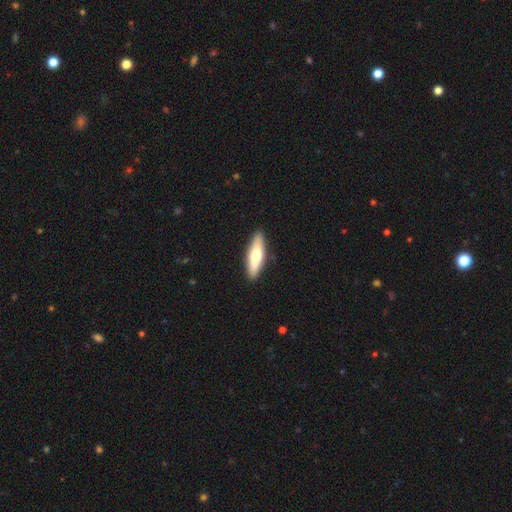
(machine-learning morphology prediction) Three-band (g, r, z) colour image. It shows a smooth galaxy with no disk features (63%) that is cigar-shaped (62%). Merging: none (89%).